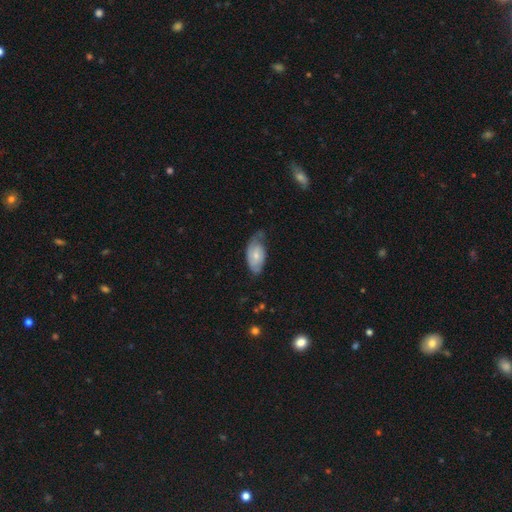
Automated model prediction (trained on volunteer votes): featured or disk 52%, smooth 42%, star or artifact 6%. Down the decision tree: edge-on disk — no (93%); merging — none (47%).